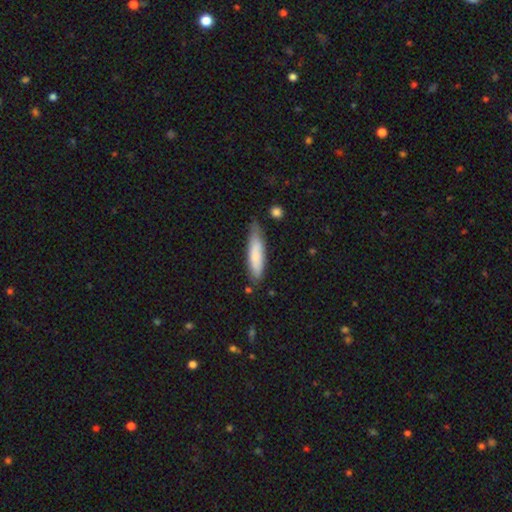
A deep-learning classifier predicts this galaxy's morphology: smooth 77%, featured or disk 18%, star or artifact 6%. Down the decision tree: how rounded — cigar-shaped (75%); merging — none (68%).